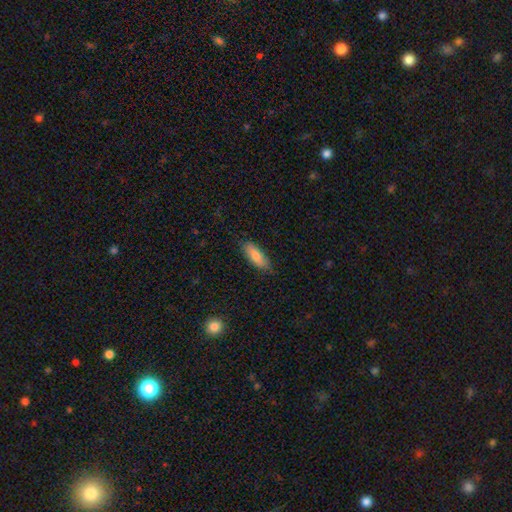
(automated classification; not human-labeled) Smooth or featured?
  - smooth: 81% *
  - featured or disk: 13%
  - star or artifact: 6%
How rounded?
  - in between: 68% *
  - cigar-shaped: 30%
  - round: 2%
Merging?
  - none: 82% *
  - minor disturbance: 14%
  - major disturbance: 3%
  - merger: 1%